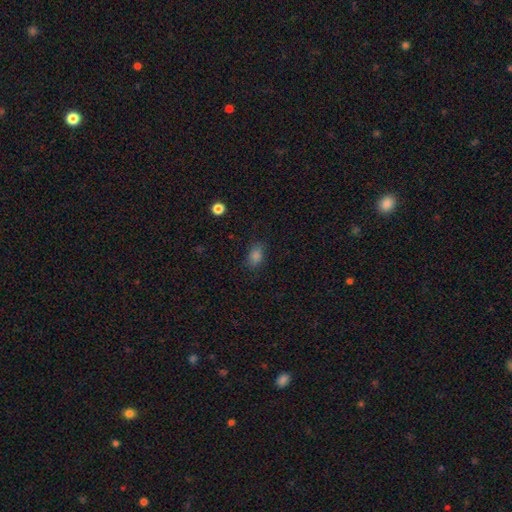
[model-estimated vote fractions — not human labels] Smooth or featured? smooth (81%)
How rounded? in between (80%)
Merging? none (82%)